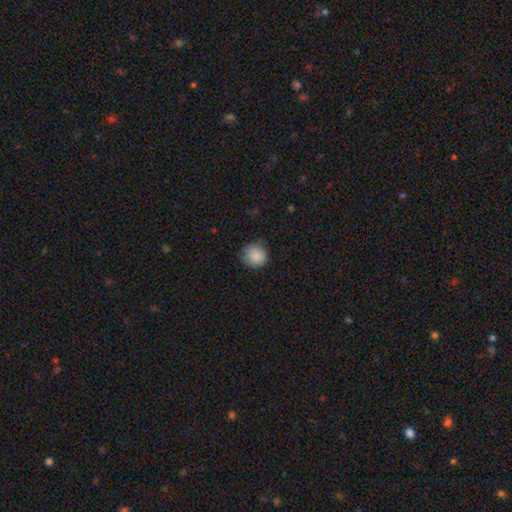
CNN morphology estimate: type=smooth (88%); roundness=round (87%); merging=none (81%).